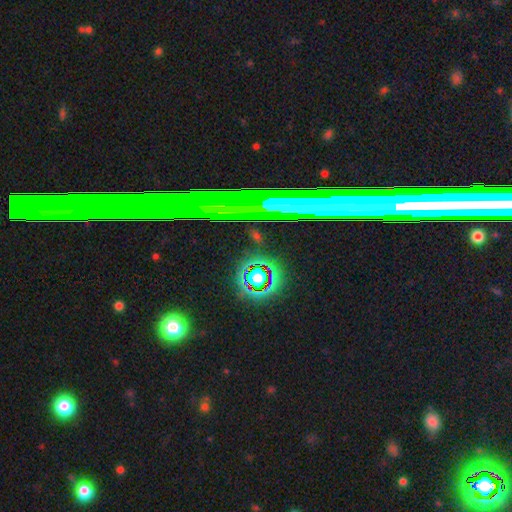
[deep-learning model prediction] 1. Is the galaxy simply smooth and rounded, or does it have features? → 64% star or artifact, 23% featured or disk, 14% smooth.